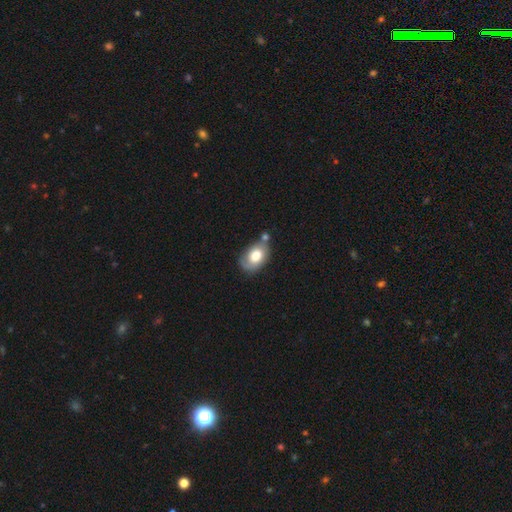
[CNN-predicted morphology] The model was most divided on "merging": none: 48%, minor disturbance: 26%, merger: 17%, major disturbance: 9%. More confident: how rounded — in between (84%); smooth or featured — smooth (66%).